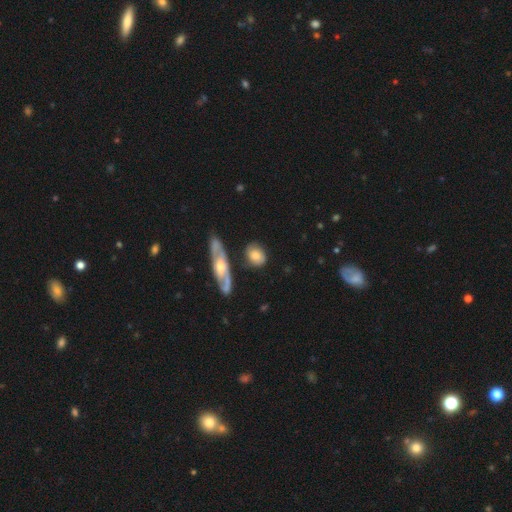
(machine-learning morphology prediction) smooth 64%, featured or disk 30%, star or artifact 6%. Down the decision tree: how rounded — in between (50%); merging — none (71%).